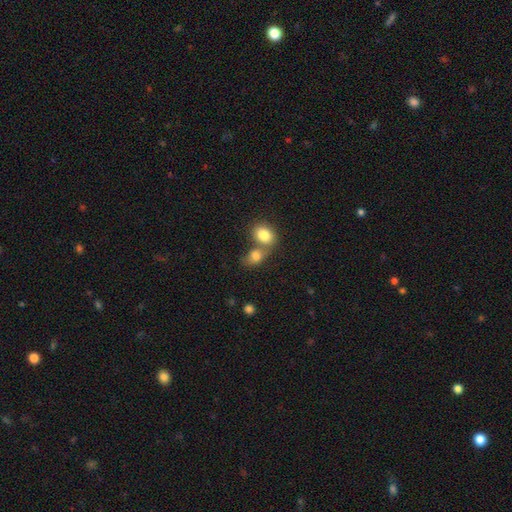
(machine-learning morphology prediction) A smooth galaxy with no disk features (81%) that is in between round and cigar-shaped (69%).

Vote fractions:
- Smooth or featured? smooth: 81% / featured or disk: 10% / star or artifact: 9%
- How rounded? in between: 69% / round: 29% / cigar-shaped: 2%
- Merging? merger: 54% / none: 33% / minor disturbance: 9% / major disturbance: 4%